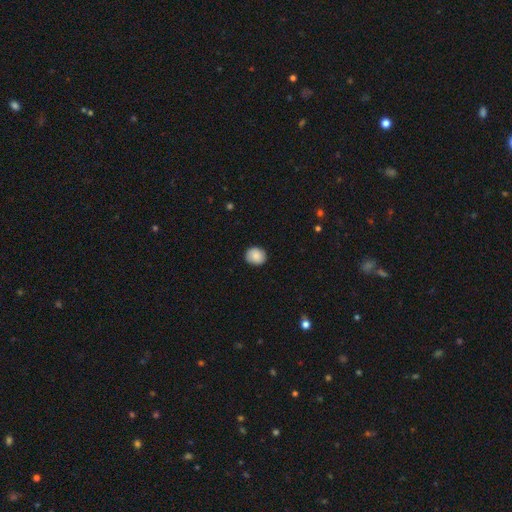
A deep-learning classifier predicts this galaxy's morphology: Smooth or featured? Predicted: smooth (p=0.85). How rounded? Predicted: round (p=0.72). Merging? Predicted: none (p=0.86).